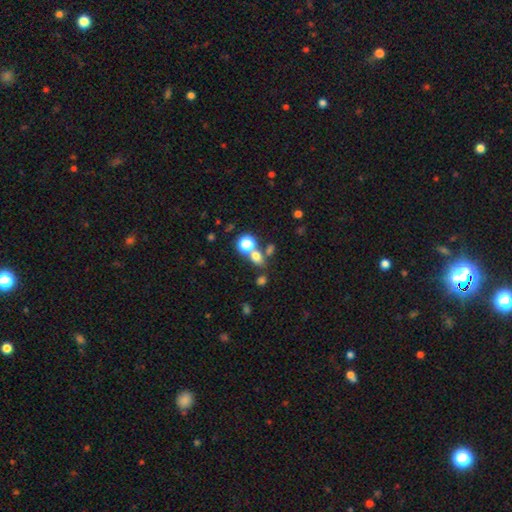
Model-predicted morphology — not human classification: Smooth or featured?
  - smooth: 68% *
  - star or artifact: 21%
  - featured or disk: 11%
How rounded?
  - round: 54% *
  - in between: 44%
  - cigar-shaped: 2%
Merging?
  - none: 54% *
  - merger: 31%
  - minor disturbance: 9%
  - major disturbance: 5%